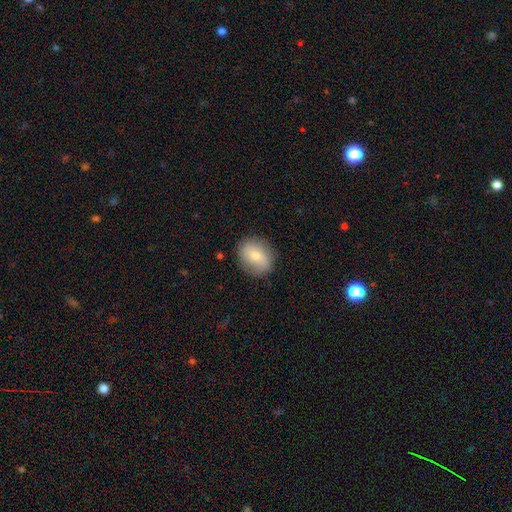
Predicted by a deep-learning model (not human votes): This is likely a smooth galaxy (73%). How rounded: possibly round (51%). Merging: clearly none (83%).